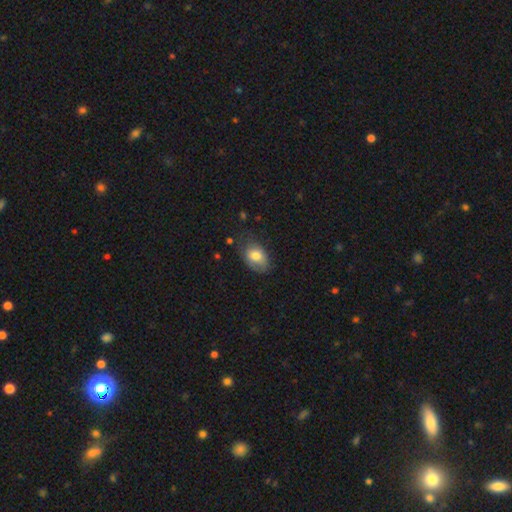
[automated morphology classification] smooth_or_featured: smooth (p=0.76) [alt: featured or disk p=0.16]
how_rounded: in between (p=0.81) [alt: round p=0.18]
merging: none (p=0.61) [alt: minor disturbance p=0.28]